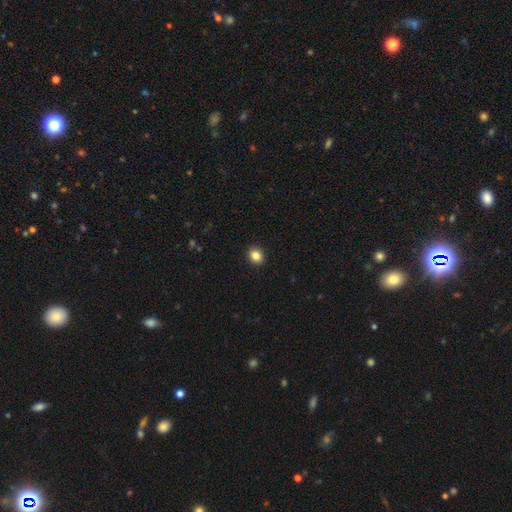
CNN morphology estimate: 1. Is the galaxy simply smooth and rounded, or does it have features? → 85% smooth, 10% star or artifact, 5% featured or disk.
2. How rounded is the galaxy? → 68% round, 31% in between, 1% cigar-shaped.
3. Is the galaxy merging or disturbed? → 91% none, 6% minor disturbance, 2% major disturbance, 1% merger.